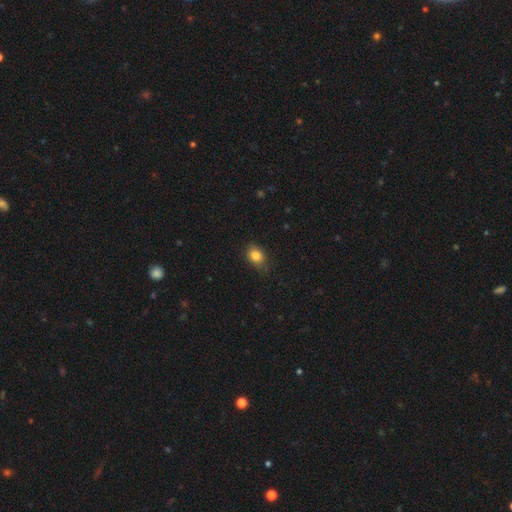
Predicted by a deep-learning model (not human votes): Smooth or featured: smooth — 83% (star or artifact — 10%)
How rounded: in between — 57% (round — 42%)
Merging: none — 79% (minor disturbance — 16%)